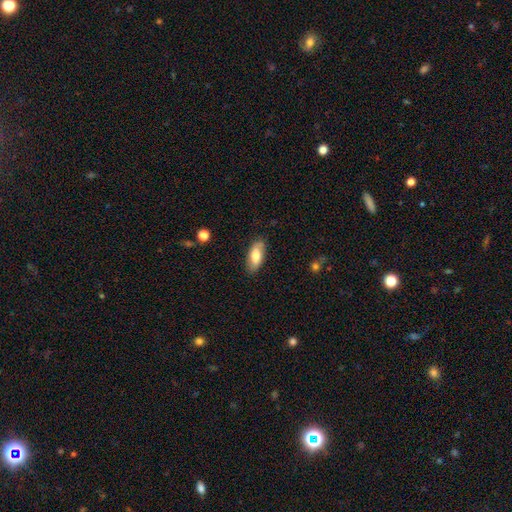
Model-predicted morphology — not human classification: smooth 75%, featured or disk 18%, star or artifact 6%. Down the decision tree: how rounded — in between (83%); merging — none (80%).